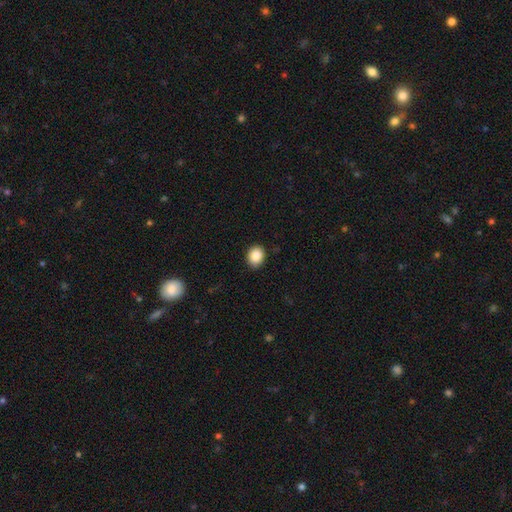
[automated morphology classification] A smooth galaxy with no disk features (87%) that is round (64%). Merging: none (87%).